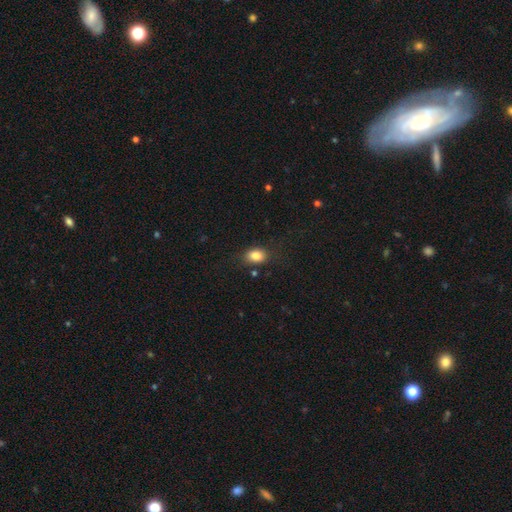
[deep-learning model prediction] smooth 83%, star or artifact 10%, featured or disk 7%. Down the decision tree: how rounded — in between (70%); merging — none (78%).